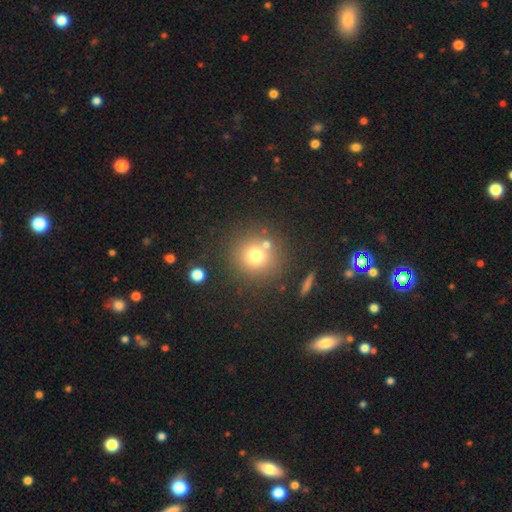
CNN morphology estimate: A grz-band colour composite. It shows a smooth galaxy with no disk features (72%) that is round (92%). Merging: none (75%).